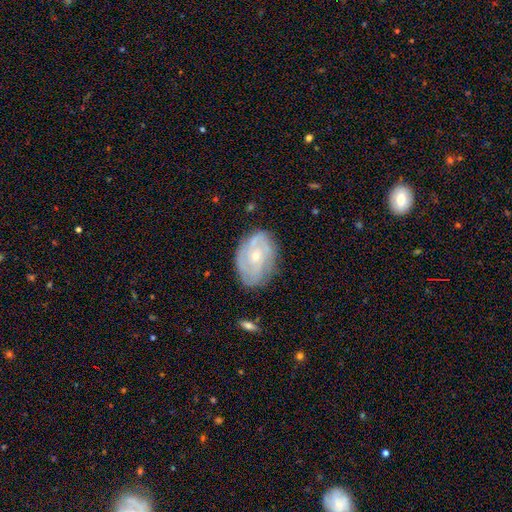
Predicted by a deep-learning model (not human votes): A featured or disk galaxy (75%) with no bar (73%), tight (62%) spiral arms (87%) and a small central bulge (60%). Merging: none (74%).